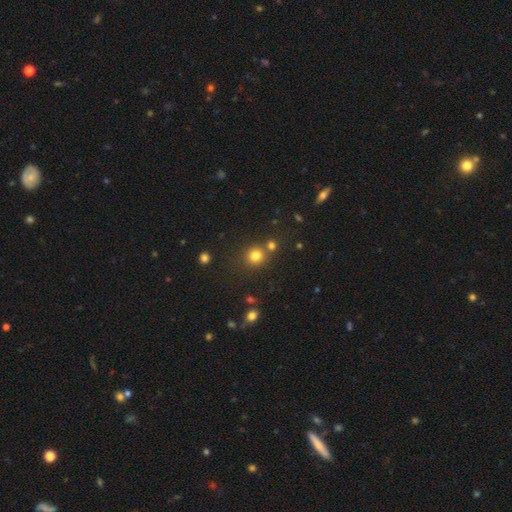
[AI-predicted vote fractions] Overall: smooth (79%). How rounded: round (90%). Merging: none (73%).